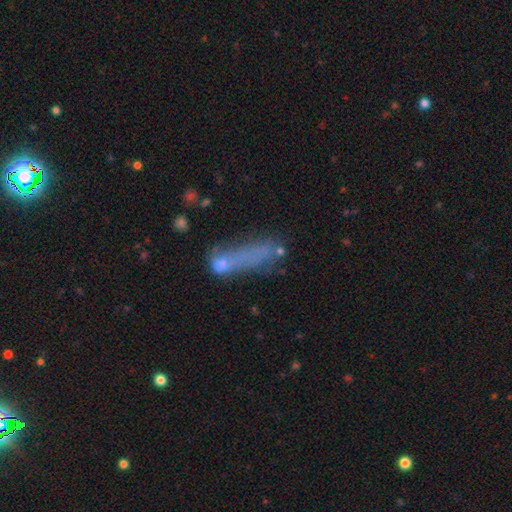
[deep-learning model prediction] Morphology: type=smooth (54%); roundness=cigar-shaped (50%); merging=major disturbance (39%).